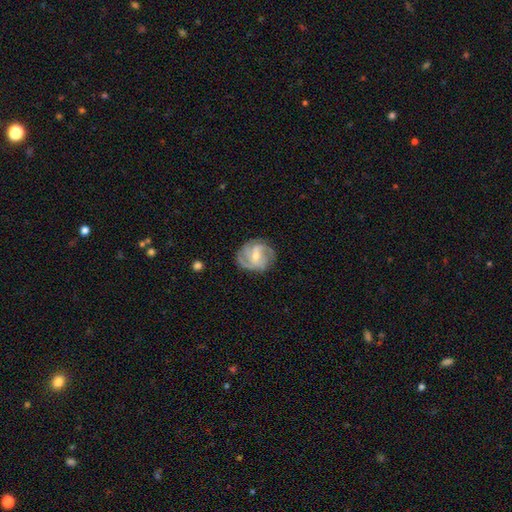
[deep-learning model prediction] smooth_or_featured: featured or disk (p=0.84) [alt: smooth p=0.10]
disk_edge_on: no (p=0.98) [alt: yes p=0.02]
bar: weak (p=0.47) [alt: no p=0.34]
has_spiral_arms: yes (p=0.97) [alt: no p=0.03]
spiral_winding: medium (p=0.45) [alt: tight p=0.44]
spiral_arm_count: 3 (p=0.52) [alt: 2 p=0.16]
bulge_size: small (p=0.52) [alt: moderate p=0.44]
merging: none (p=0.79) [alt: minor disturbance p=0.15]